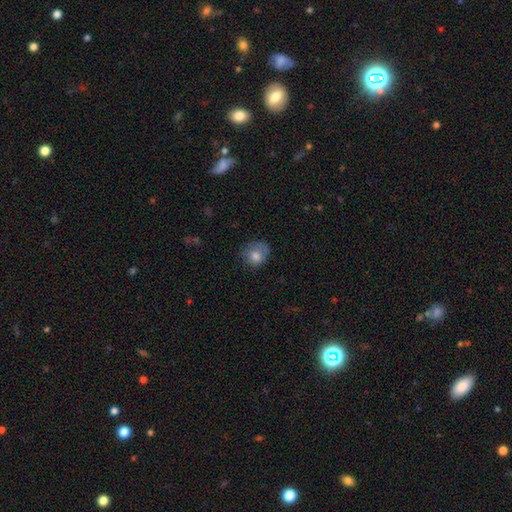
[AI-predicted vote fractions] A smooth galaxy with no disk features (77%) that is round (71%).

Vote fractions:
- Smooth or featured? smooth: 77% / featured or disk: 14% / star or artifact: 9%
- How rounded? round: 71% / in between: 28% / cigar-shaped: 1%
- Merging? none: 54% / minor disturbance: 29% / major disturbance: 15% / merger: 2%